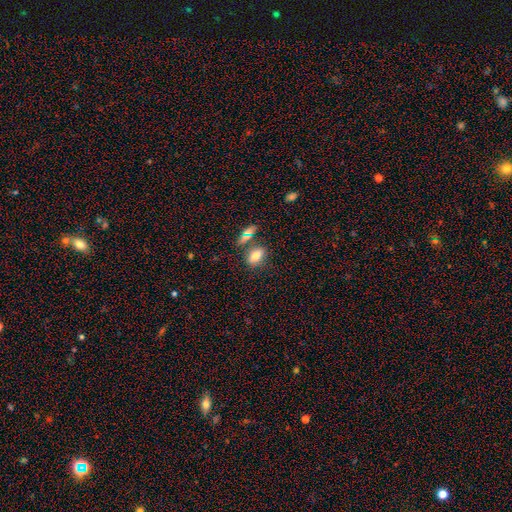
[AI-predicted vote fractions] A smooth galaxy with no disk features (77%) that is in between round and cigar-shaped (81%). Merging: none (66%).